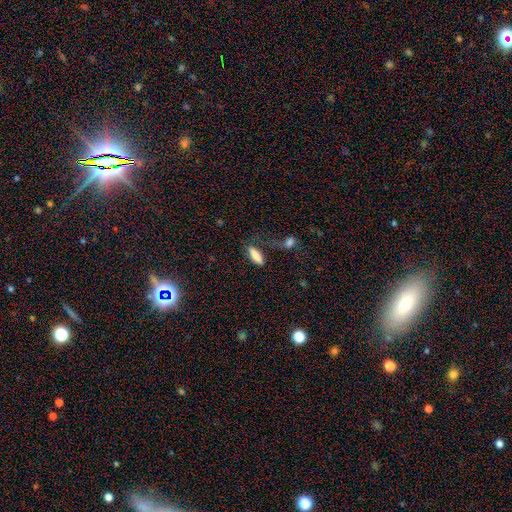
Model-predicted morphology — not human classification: This is clearly a smooth galaxy (81%). How rounded: possibly cigar-shaped (51%). Merging: likely none (61%).